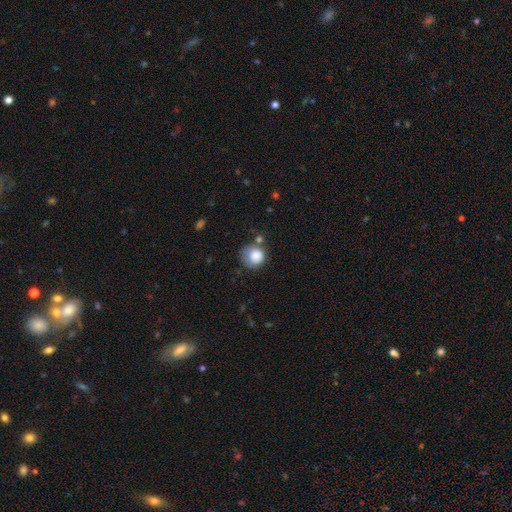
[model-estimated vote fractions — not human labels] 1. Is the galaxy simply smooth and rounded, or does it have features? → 81% smooth, 11% featured or disk, 8% star or artifact.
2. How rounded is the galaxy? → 85% round, 14% in between, 1% cigar-shaped.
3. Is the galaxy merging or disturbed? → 50% none, 27% minor disturbance, 13% major disturbance, 9% merger.